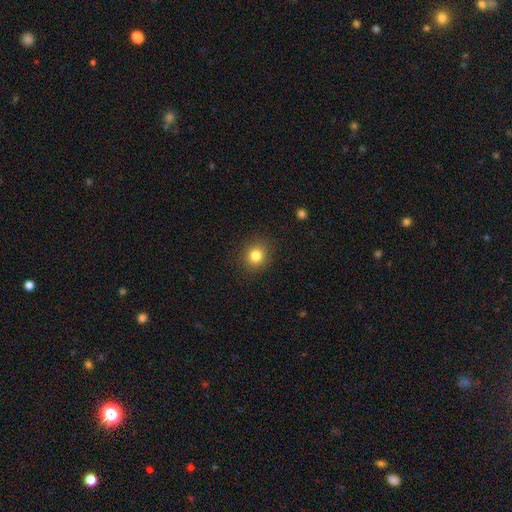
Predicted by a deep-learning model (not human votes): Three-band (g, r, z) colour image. It shows a smooth galaxy with no disk features (81%) that is round (82%). Merging: none (89%).